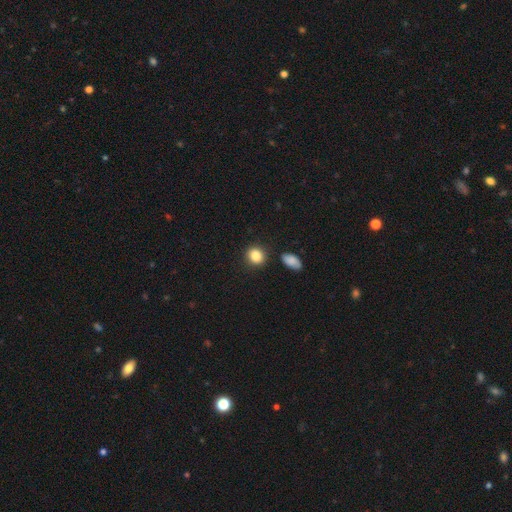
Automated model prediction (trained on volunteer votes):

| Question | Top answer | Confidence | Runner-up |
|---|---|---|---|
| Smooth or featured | smooth | 86% | star or artifact (9%) |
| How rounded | round | 75% | in between (24%) |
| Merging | none | 84% | minor disturbance (9%) |